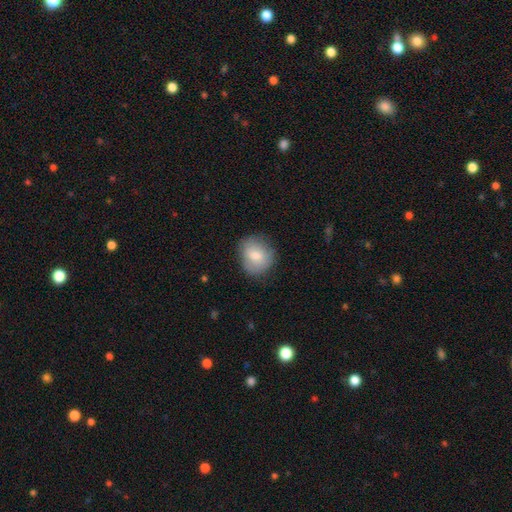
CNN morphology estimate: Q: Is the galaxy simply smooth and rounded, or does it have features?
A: smooth — 78%.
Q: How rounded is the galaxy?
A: round — 70%.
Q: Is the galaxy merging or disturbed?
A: none — 77%.